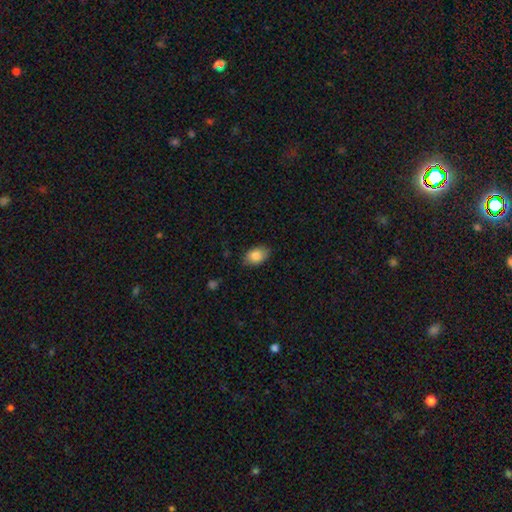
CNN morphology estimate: Smooth or featured: smooth — 84% (featured or disk — 8%)
How rounded: in between — 85% (round — 13%)
Merging: none — 83% (minor disturbance — 13%)